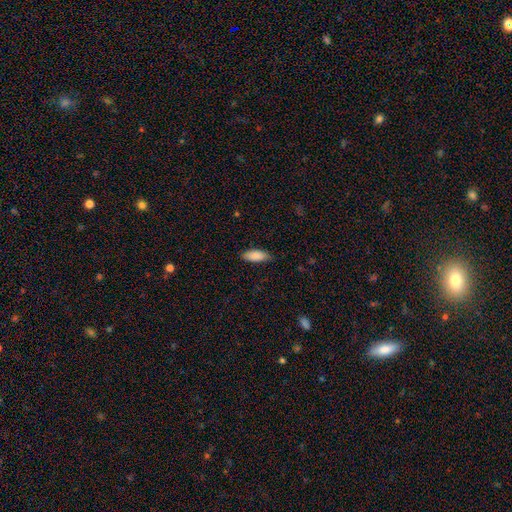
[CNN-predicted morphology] Overall: smooth (89%). How rounded: in between (78%). Merging: none (83%).